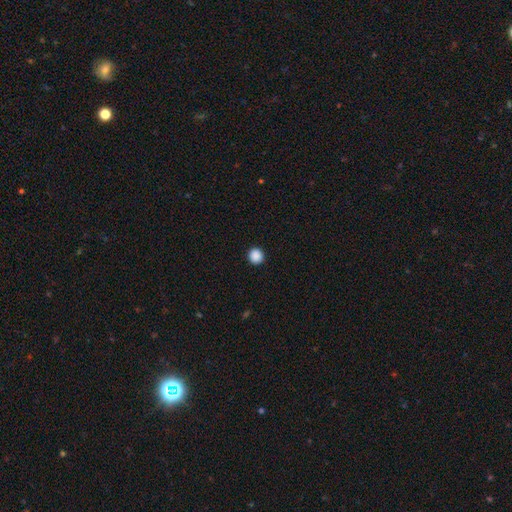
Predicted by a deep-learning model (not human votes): A smooth galaxy with no disk features (89%) that is round (93%).

Vote fractions:
- Smooth or featured? smooth: 89% / star or artifact: 9% / featured or disk: 2%
- How rounded? round: 93% / in between: 6% / cigar-shaped: 1%
- Merging? none: 93% / minor disturbance: 4% / major disturbance: 2% / merger: 1%